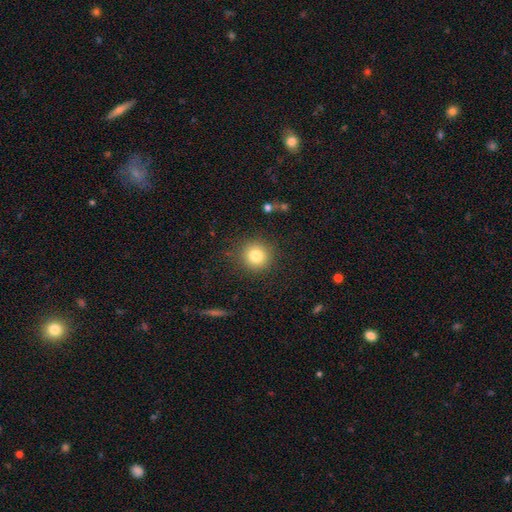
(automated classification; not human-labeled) Smooth or featured? Predicted: smooth (p=0.81). How rounded? Predicted: round (p=0.93). Merging? Predicted: none (p=0.87).